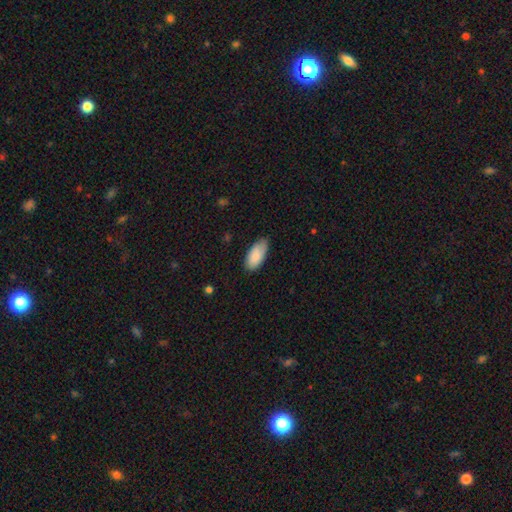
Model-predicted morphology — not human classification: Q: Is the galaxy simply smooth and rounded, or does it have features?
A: smooth — 88%.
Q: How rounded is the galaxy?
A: in between — 92%.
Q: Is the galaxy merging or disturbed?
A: none — 77%.